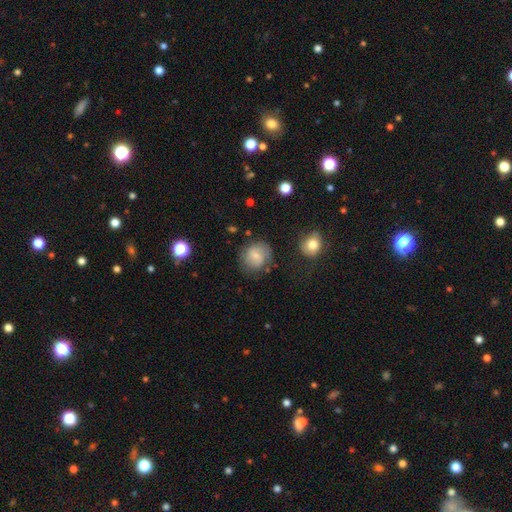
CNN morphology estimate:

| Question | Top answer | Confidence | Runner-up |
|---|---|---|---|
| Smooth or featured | smooth | 59% | featured or disk (32%) |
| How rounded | round | 80% | in between (19%) |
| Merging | none | 69% | minor disturbance (19%) |